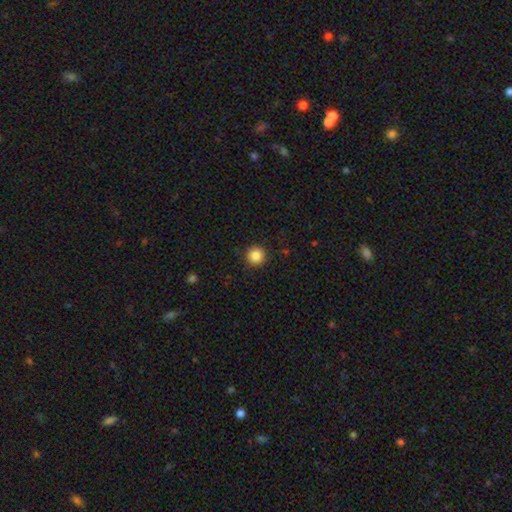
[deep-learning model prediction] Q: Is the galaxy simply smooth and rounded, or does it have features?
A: smooth — 86%.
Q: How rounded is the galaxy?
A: round — 96%.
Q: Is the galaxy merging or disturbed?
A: none — 92%.